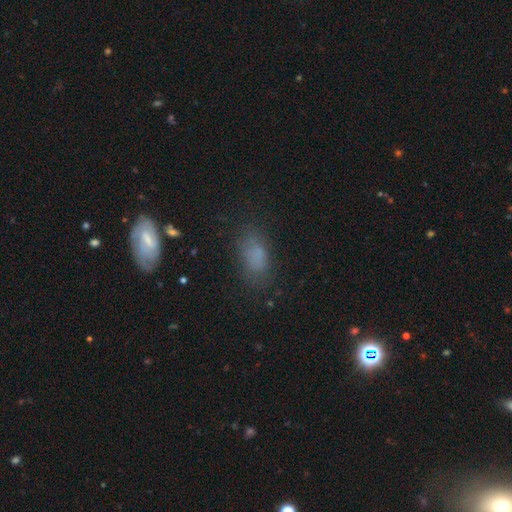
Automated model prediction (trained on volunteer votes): The model was most divided on "merging": none: 65%, minor disturbance: 21%, major disturbance: 10%, merger: 4%. More confident: how rounded — in between (87%); smooth or featured — smooth (74%).